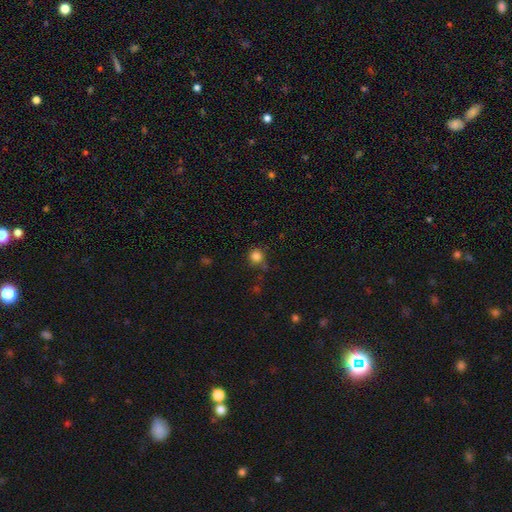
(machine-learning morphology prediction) Smooth or featured? smooth (83%)
How rounded? round (93%)
Merging? none (79%)